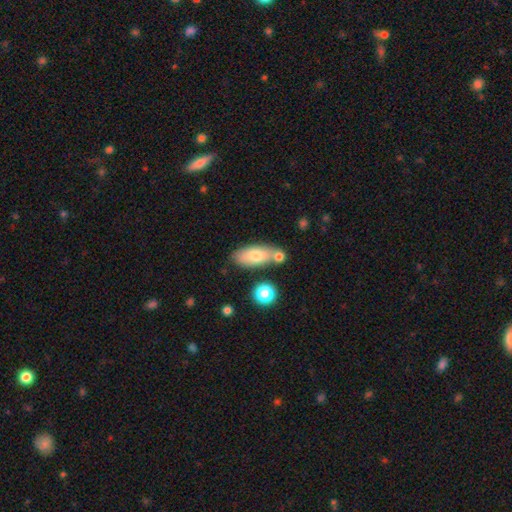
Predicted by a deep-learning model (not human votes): This appears to be a smooth galaxy with no disk features (72%) that is in between round and cigar-shaped (81%). Merging: none (59%).